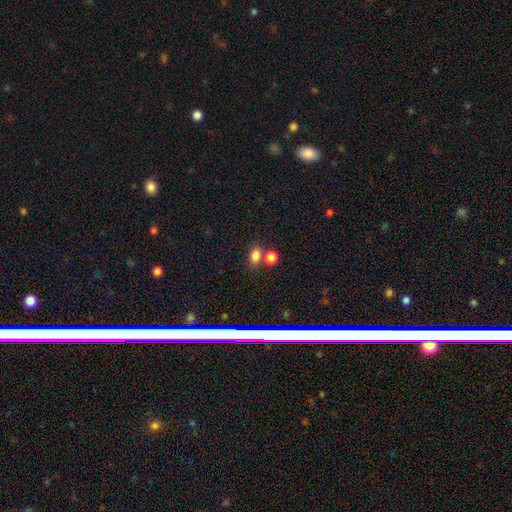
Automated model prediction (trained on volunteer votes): A smooth galaxy with no disk features (78%) that is in between round and cigar-shaped (77%). Merging: none (52%).